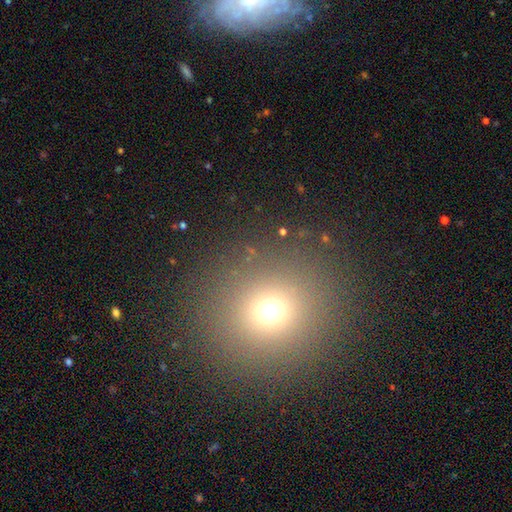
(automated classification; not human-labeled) Smooth or featured? smooth (67%)
How rounded? round (86%)
Merging? none (89%)